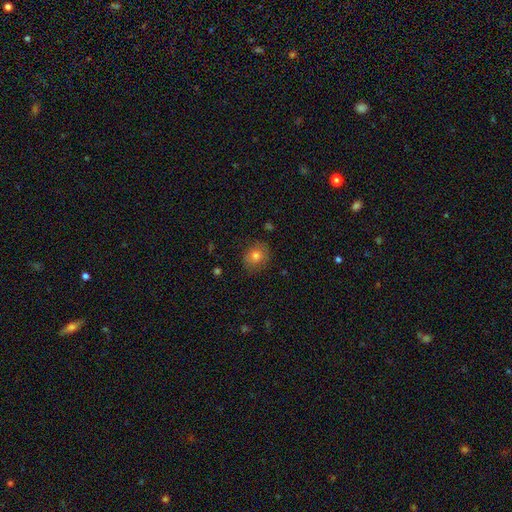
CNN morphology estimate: A smooth galaxy with no disk features (78%) that is round (67%).

Vote fractions:
- Smooth or featured? smooth: 78% / featured or disk: 11% / star or artifact: 10%
- How rounded? round: 67% / in between: 32% / cigar-shaped: 1%
- Merging? none: 81% / minor disturbance: 14% / major disturbance: 3% / merger: 1%